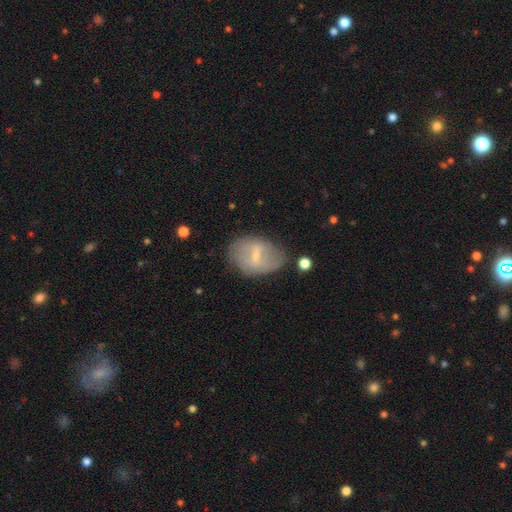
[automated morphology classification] This appears to be a featured or disk galaxy (56%) with a weak bar (50%), no spiral arms (56%) and a small central bulge (56%). Merging: none (62%).